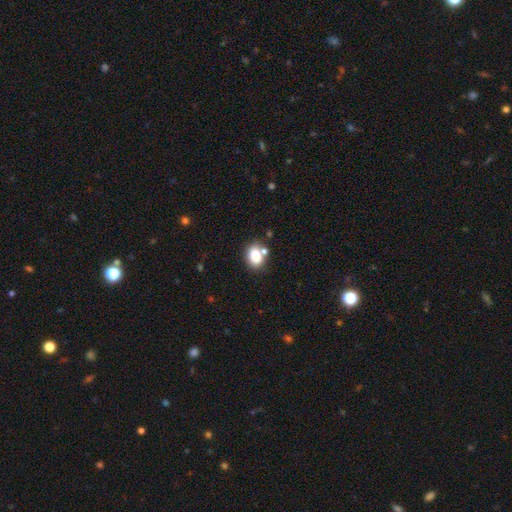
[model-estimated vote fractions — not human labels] A smooth galaxy with no disk features (83%) that is in between round and cigar-shaped (66%).

Vote fractions:
- Smooth or featured? smooth: 83% / star or artifact: 10% / featured or disk: 7%
- How rounded? in between: 66% / round: 33% / cigar-shaped: 1%
- Merging? none: 61% / merger: 21% / minor disturbance: 14% / major disturbance: 5%